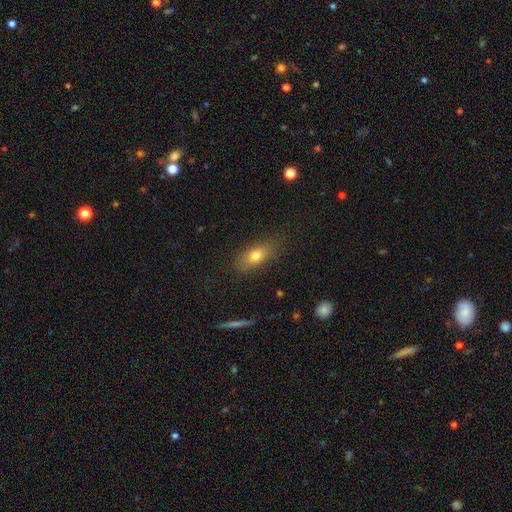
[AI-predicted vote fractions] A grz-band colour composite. It shows a smooth galaxy with no disk features (75%) that is in between round and cigar-shaped (78%). Merging: none (80%).